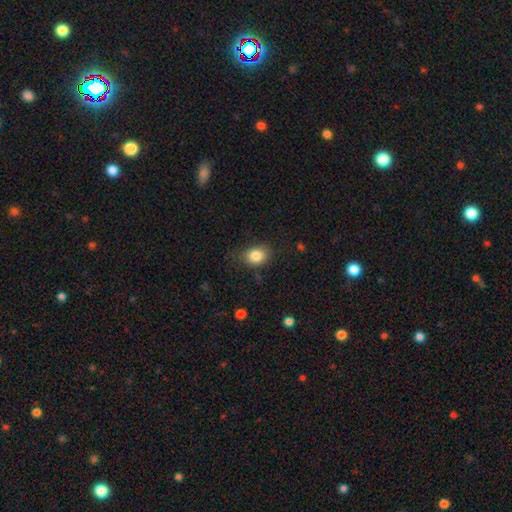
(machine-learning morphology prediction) Smooth or featured? smooth (84%)
How rounded? in between (53%)
Merging? none (71%)